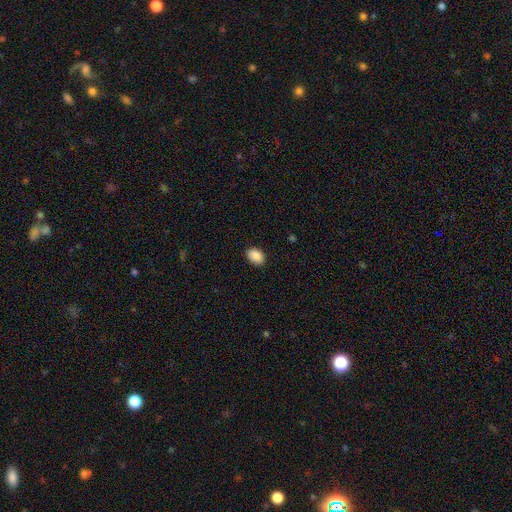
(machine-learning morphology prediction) A smooth galaxy with no disk features (90%) that is in between round and cigar-shaped (83%).

Vote fractions:
- Smooth or featured? smooth: 90% / star or artifact: 7% / featured or disk: 3%
- How rounded? in between: 83% / round: 16% / cigar-shaped: 1%
- Merging? none: 88% / minor disturbance: 9% / major disturbance: 2% / merger: 1%